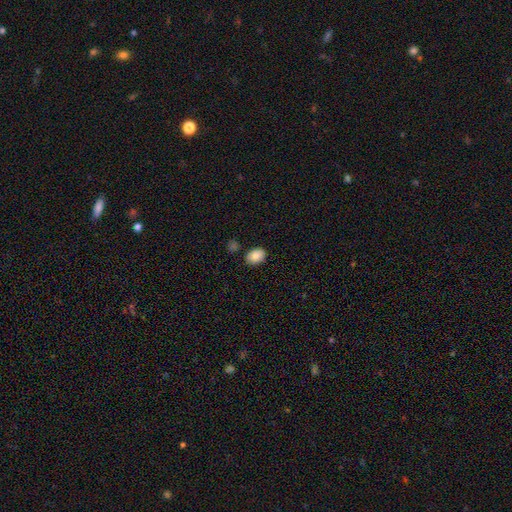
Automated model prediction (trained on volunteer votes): This appears to be a smooth galaxy with no disk features (88%) that is in between round and cigar-shaped (78%). Merging: none (82%).